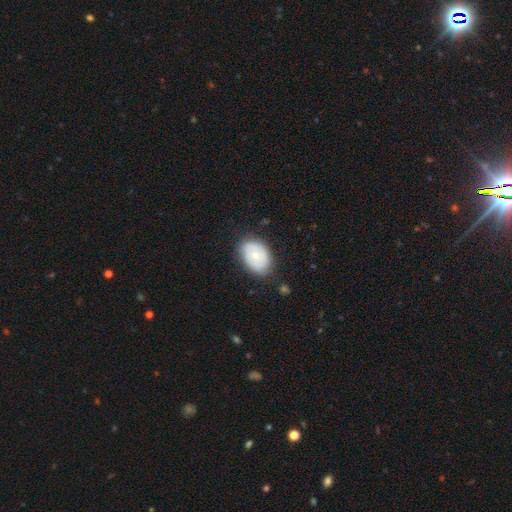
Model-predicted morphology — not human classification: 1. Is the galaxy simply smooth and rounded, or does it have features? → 62% smooth, 32% featured or disk, 6% star or artifact.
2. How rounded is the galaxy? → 80% in between, 19% round, 1% cigar-shaped.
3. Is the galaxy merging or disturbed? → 73% none, 20% minor disturbance, 5% major disturbance, 1% merger.